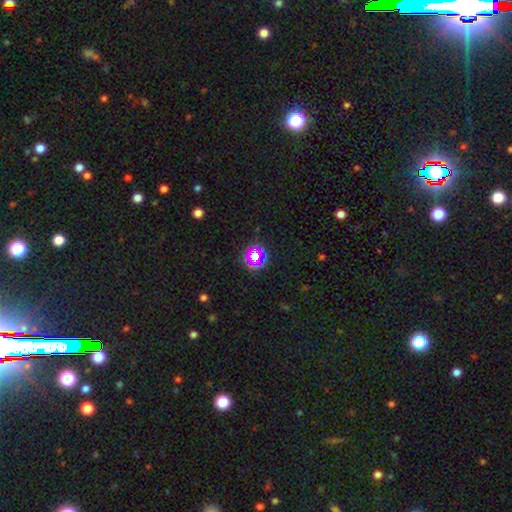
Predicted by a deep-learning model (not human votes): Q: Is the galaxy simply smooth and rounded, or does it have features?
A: star or artifact — 53%.